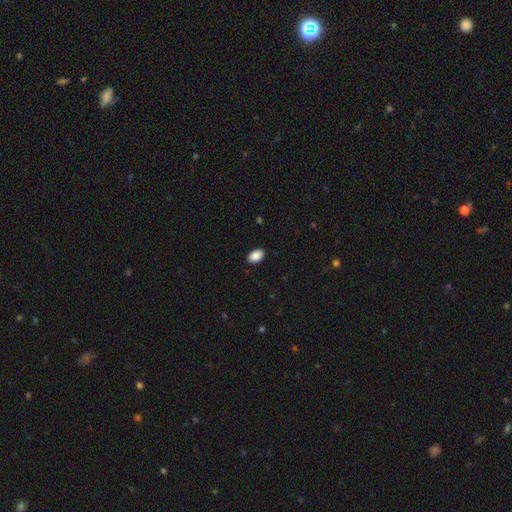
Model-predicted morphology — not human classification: Smooth or featured? smooth (89%)
How rounded? in between (89%)
Merging? none (89%)